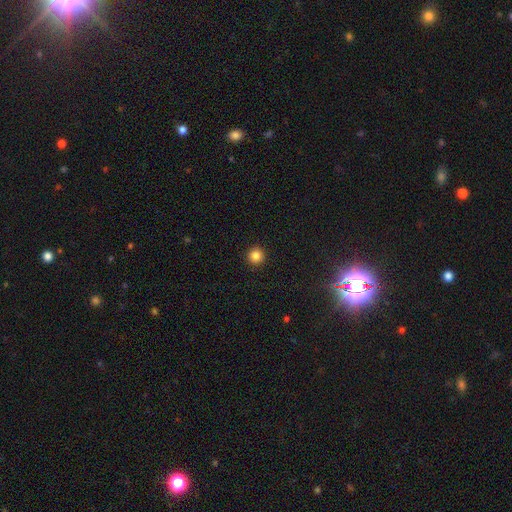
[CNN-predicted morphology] Q: Smooth or featured?
A: smooth (84%); runner-up: star or artifact (12%)
Q: How rounded?
A: round (96%); runner-up: in between (3%)
Q: Merging?
A: none (94%); runner-up: minor disturbance (4%)